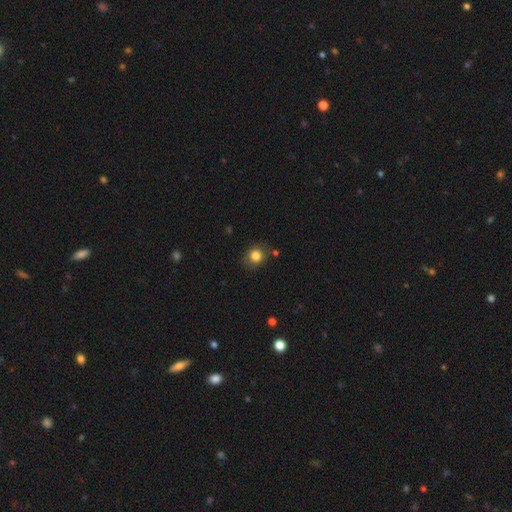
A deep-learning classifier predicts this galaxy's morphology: This is clearly a smooth galaxy (82%). How rounded: likely round (75%). Merging: likely none (76%).